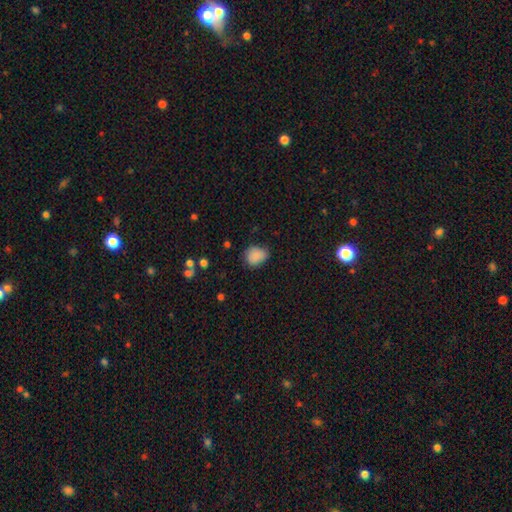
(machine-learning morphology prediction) This appears to be a smooth galaxy with no disk features (86%) that is round (51%). Merging: none (65%).